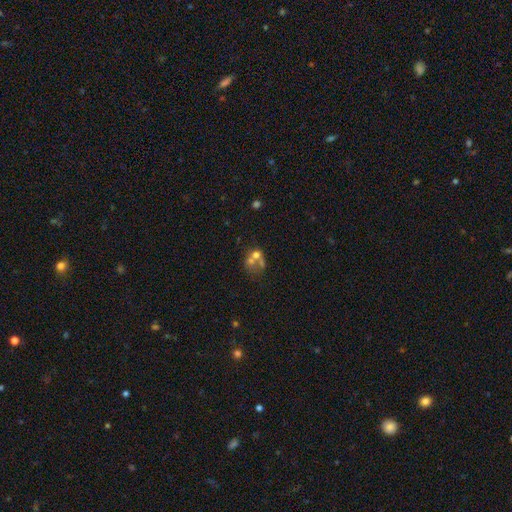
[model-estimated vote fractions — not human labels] smooth_or_featured: smooth (p=0.51) [alt: featured or disk p=0.33]
how_rounded: round (p=0.61) [alt: in between p=0.38]
merging: merger (p=0.58) [alt: none p=0.24]